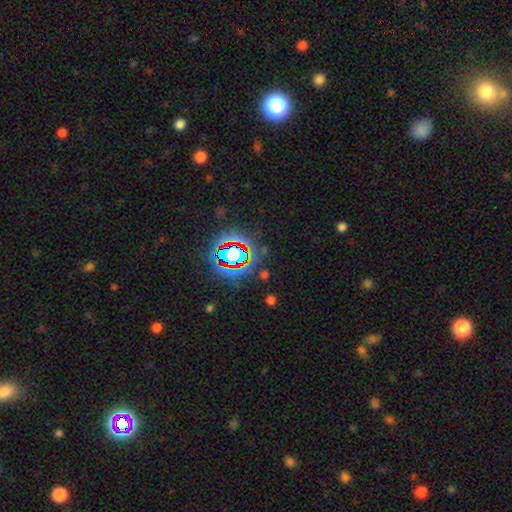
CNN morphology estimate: smooth-or-featured: star or artifact: 79% | smooth: 12% | featured or disk: 9%